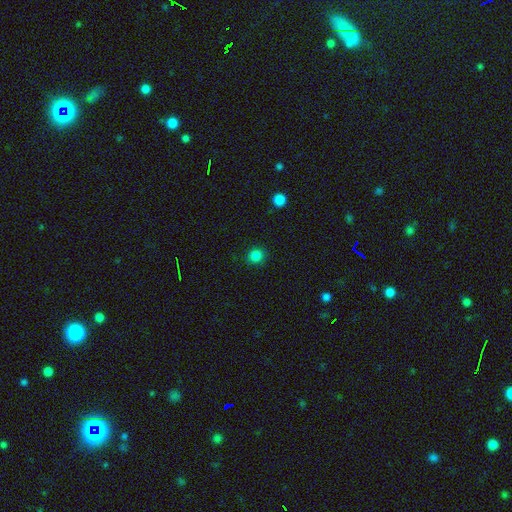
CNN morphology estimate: Smooth or featured? Predicted: smooth (p=0.84). How rounded? Predicted: round (p=0.88). Merging? Predicted: none (p=0.90).